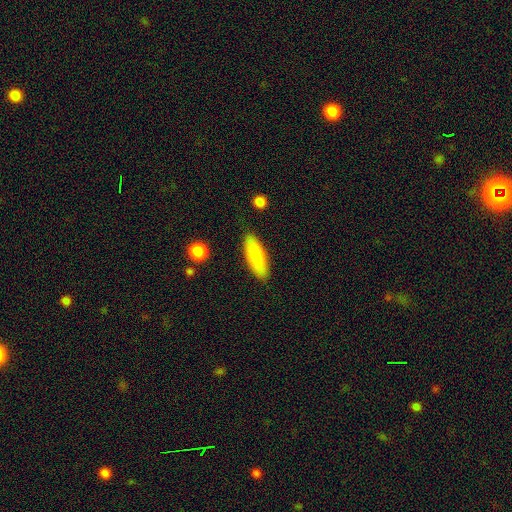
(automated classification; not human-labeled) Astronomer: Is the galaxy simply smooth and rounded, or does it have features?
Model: smooth — 84%.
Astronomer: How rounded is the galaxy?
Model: in between — 60% (runner-up: cigar-shaped, 38%).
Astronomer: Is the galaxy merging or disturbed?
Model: none — 87%.